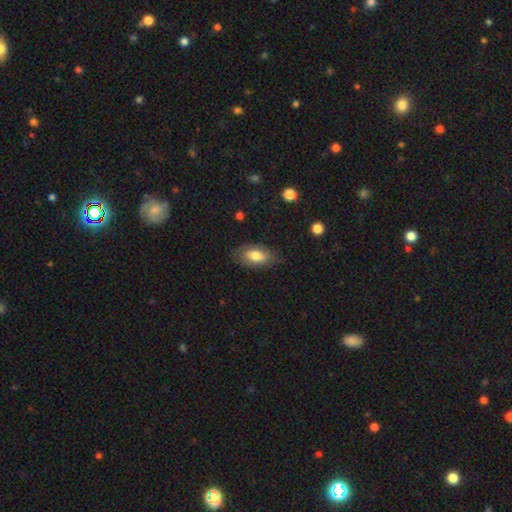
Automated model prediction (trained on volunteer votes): This is likely a smooth galaxy (71%). How rounded: clearly in between (91%). Merging: likely none (76%).